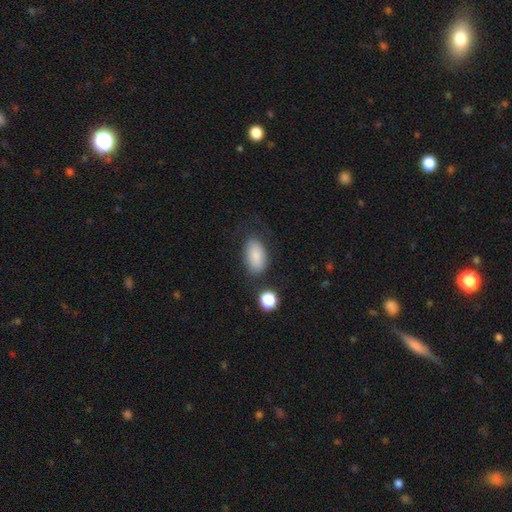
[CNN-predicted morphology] This is clearly a smooth galaxy (85%). How rounded: clearly in between (92%). Merging: likely none (72%).